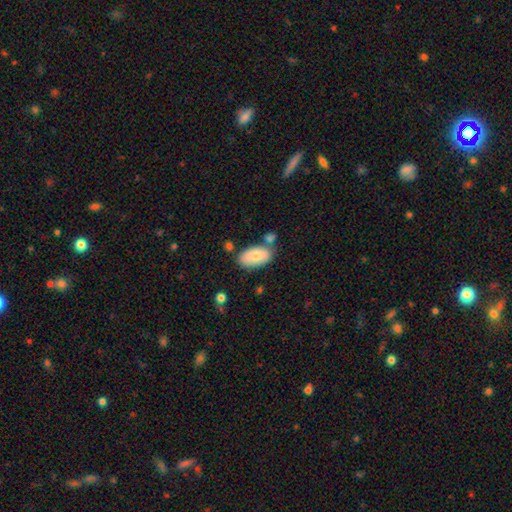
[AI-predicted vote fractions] This is likely a smooth galaxy (78%). How rounded: clearly in between (95%). Merging: likely none (69%).